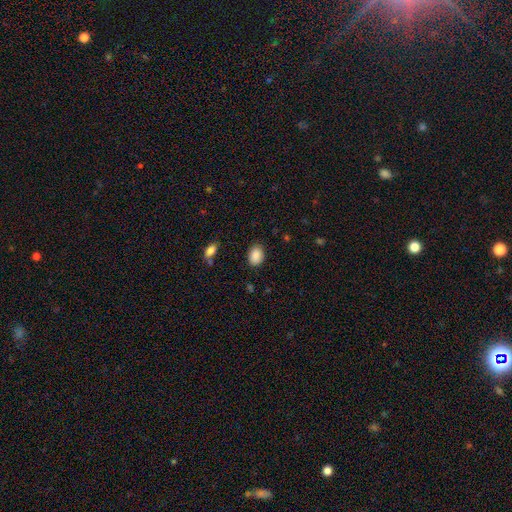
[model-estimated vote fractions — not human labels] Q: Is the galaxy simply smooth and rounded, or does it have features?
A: smooth — 89%.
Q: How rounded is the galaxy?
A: in between — 73%.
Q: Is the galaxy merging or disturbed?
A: none — 86%.